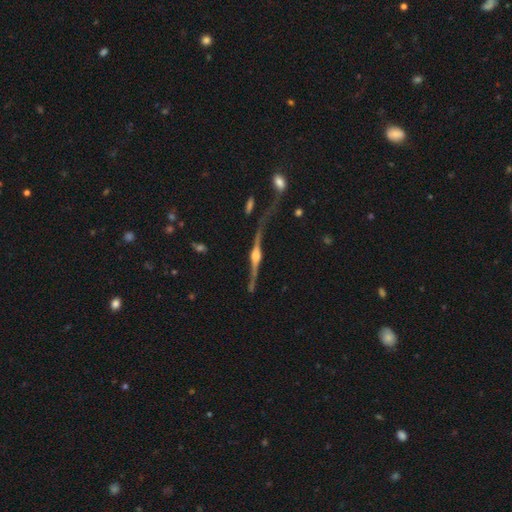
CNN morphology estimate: This appears to be a featured or disk galaxy (87%) viewed edge-on (94%) with a rounded central bulge (90%). Merging: none (62%).